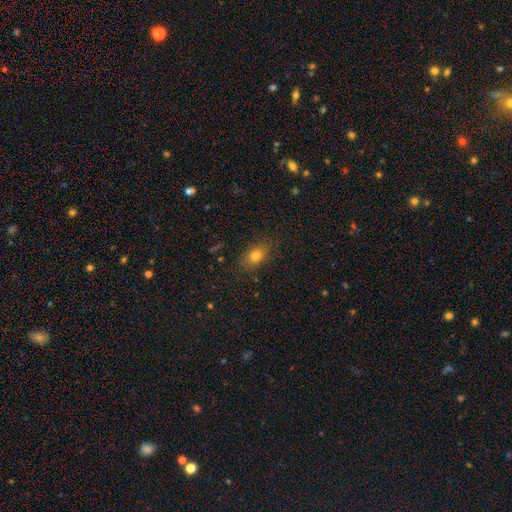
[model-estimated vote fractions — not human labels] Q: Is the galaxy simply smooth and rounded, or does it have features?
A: smooth — 78%.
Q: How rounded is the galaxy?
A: in between — 78%.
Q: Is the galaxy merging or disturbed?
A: none — 83%.